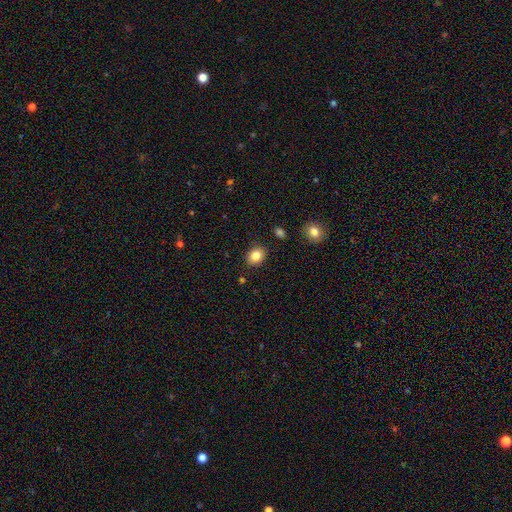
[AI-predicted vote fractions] A smooth galaxy with no disk features (84%) that is round (52%).

Vote fractions:
- Smooth or featured? smooth: 84% / star or artifact: 10% / featured or disk: 6%
- How rounded? round: 52% / in between: 47% / cigar-shaped: 1%
- Merging? none: 87% / minor disturbance: 9% / major disturbance: 2% / merger: 2%